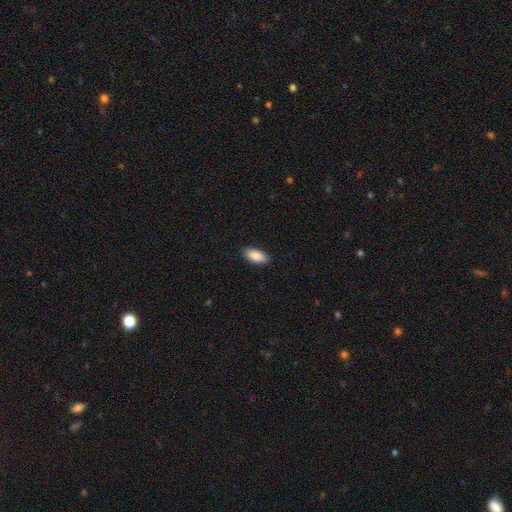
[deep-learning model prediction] smooth_or_featured: smooth (p=0.89) [alt: star or artifact p=0.06]
how_rounded: in between (p=0.89) [alt: cigar-shaped p=0.09]
merging: none (p=0.89) [alt: minor disturbance p=0.09]